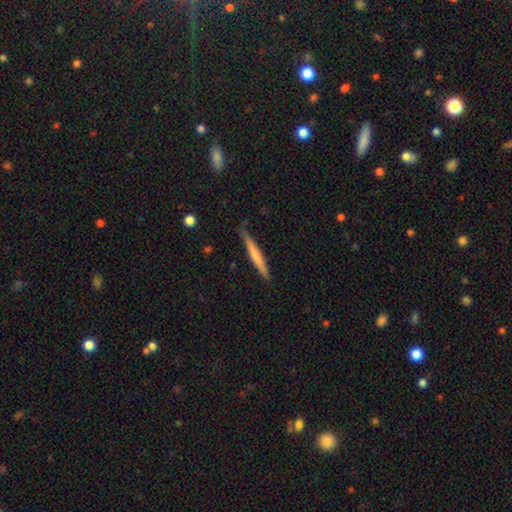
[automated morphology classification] Smooth or featured? smooth (56%)
How rounded? cigar-shaped (96%)
Merging? none (85%)